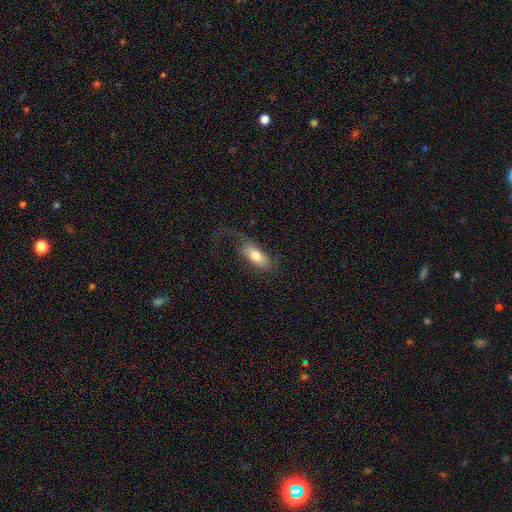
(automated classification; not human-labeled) Overall: smooth (70%). How rounded: in between (85%). Merging: none (45%; major disturbance 32%).